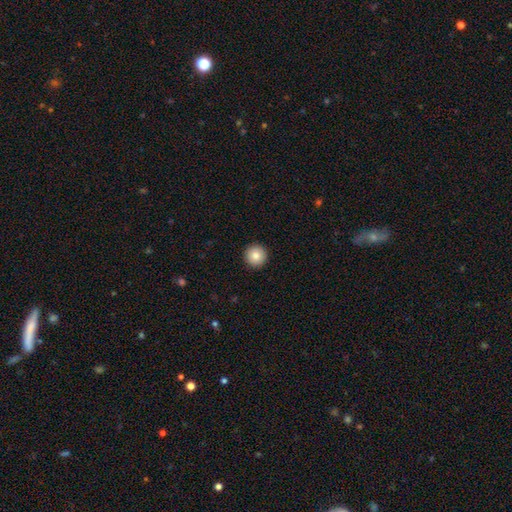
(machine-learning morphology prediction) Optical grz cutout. It shows a smooth galaxy with no disk features (84%) that is round (96%). Merging: none (93%).